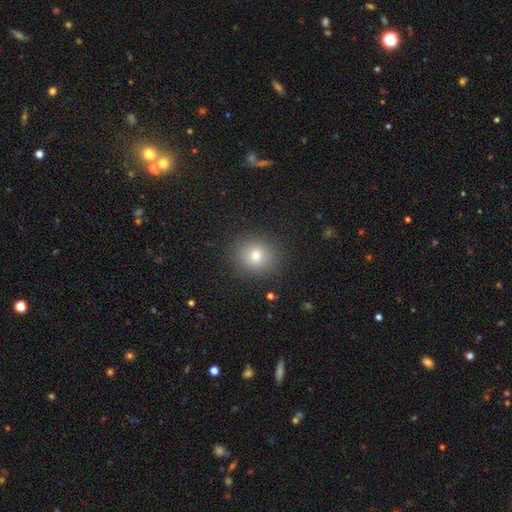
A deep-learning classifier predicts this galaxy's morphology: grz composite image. It shows a smooth galaxy with no disk features (76%) that is round (82%). Merging: none (89%).